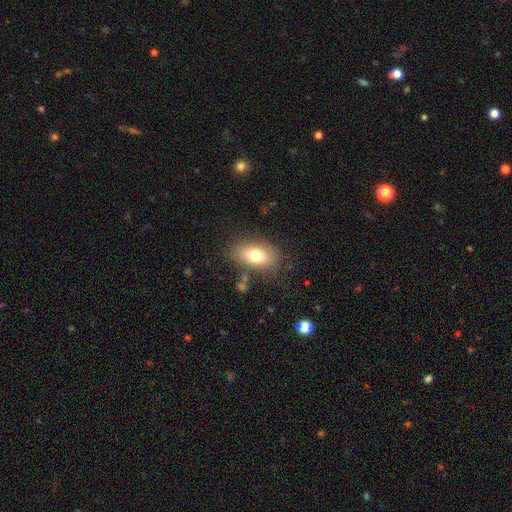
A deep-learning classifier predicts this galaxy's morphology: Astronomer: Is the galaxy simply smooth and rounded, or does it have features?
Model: smooth — 74%.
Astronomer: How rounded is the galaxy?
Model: in between — 88%.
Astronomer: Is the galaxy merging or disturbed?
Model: none — 77%.